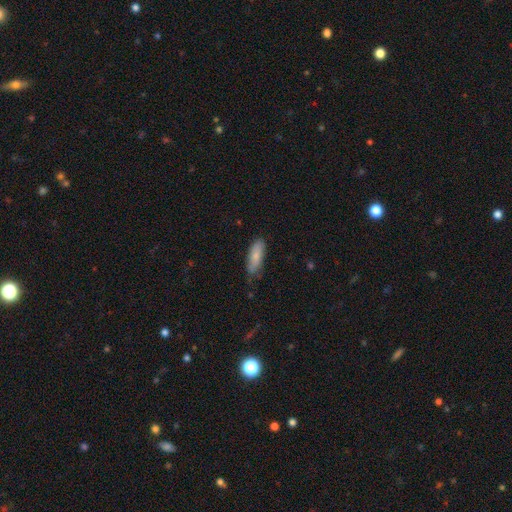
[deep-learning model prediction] smooth-or-featured: smooth: 79% | featured or disk: 15% | star or artifact: 6%
  how-rounded: in between: 59% | cigar-shaped: 39% | round: 2%
  merging: none: 74% | minor disturbance: 21% | major disturbance: 3% | merger: 2%